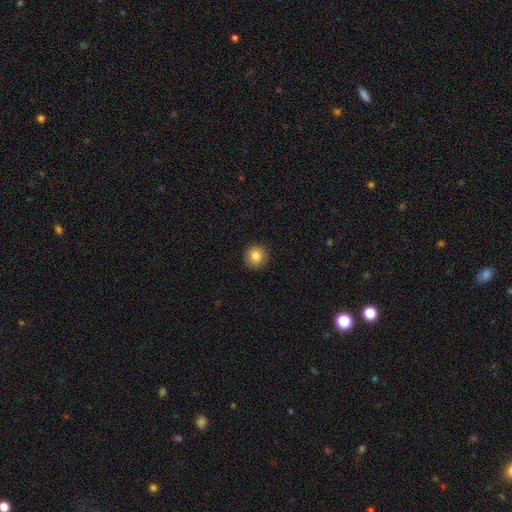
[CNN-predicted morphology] Smooth or featured? smooth (85%)
How rounded? round (92%)
Merging? none (91%)